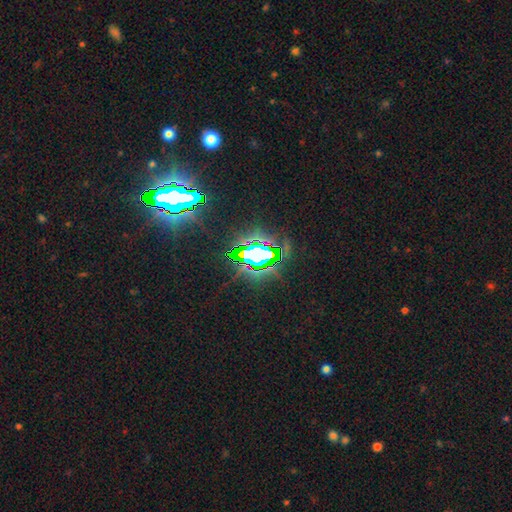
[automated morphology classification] Smooth or featured? Predicted: star or artifact (p=0.74).